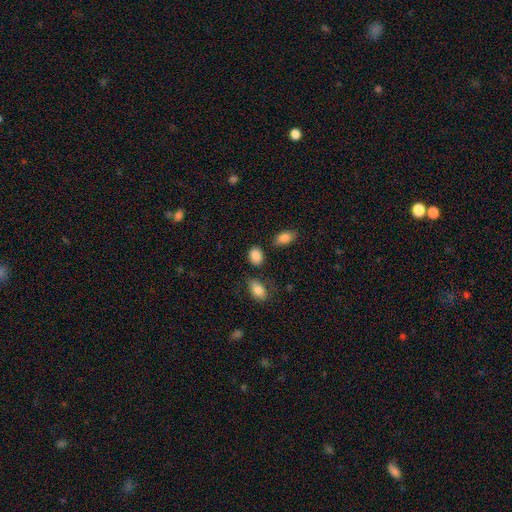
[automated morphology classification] type=smooth (87%); roundness=in between (66%); merging=none (77%).